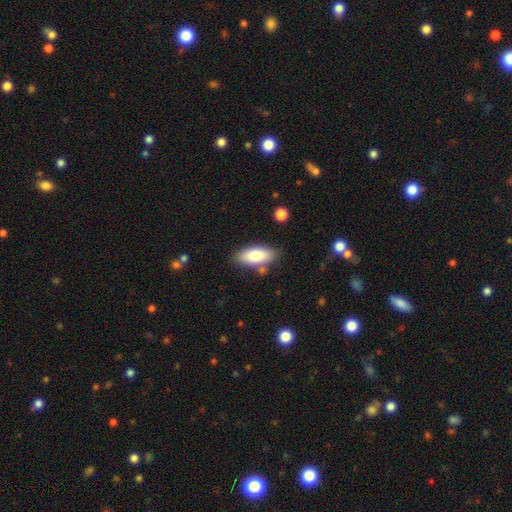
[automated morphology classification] Overall: smooth (80%). How rounded: in between (86%). Merging: none (79%).